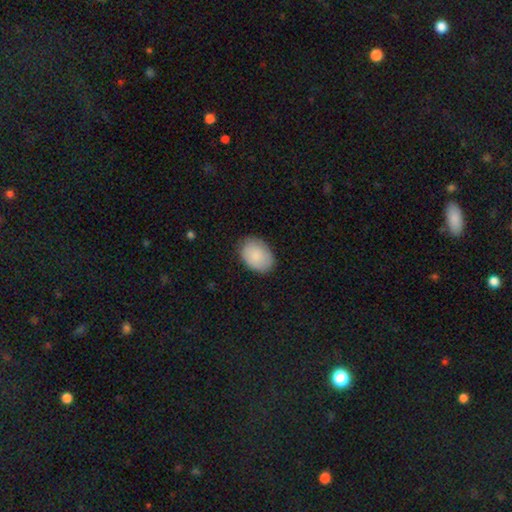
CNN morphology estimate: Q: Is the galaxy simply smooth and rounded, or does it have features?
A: smooth — 84%.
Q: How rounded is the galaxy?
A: in between — 81%.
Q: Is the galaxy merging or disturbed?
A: none — 80%.